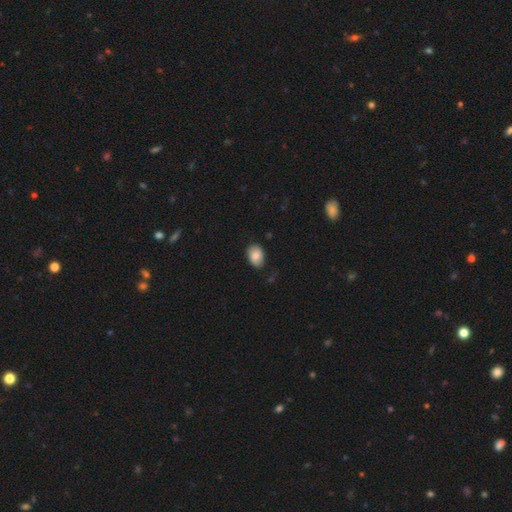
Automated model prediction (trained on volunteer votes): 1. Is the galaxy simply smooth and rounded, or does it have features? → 83% smooth, 10% featured or disk, 7% star or artifact.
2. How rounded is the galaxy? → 82% in between, 17% round, 1% cigar-shaped.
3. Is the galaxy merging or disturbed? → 82% none, 14% minor disturbance, 3% major disturbance, 1% merger.